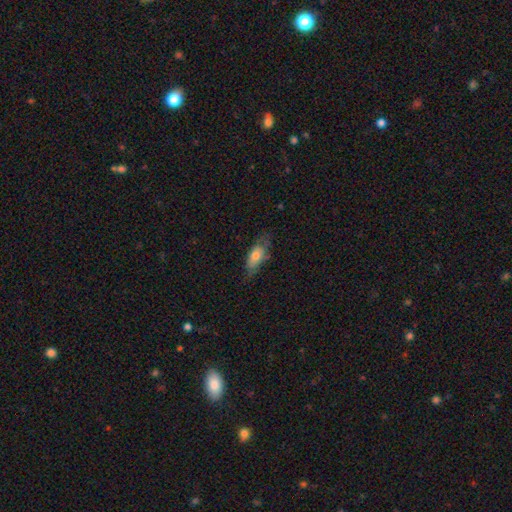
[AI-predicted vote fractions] smooth 66%, featured or disk 27%, star or artifact 7%. Down the decision tree: how rounded — in between (77%); merging — none (55%).